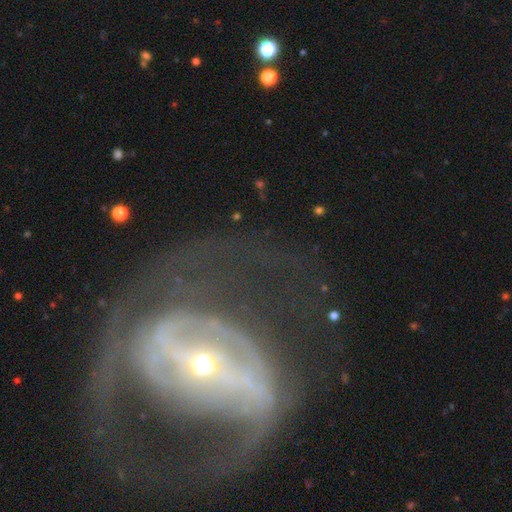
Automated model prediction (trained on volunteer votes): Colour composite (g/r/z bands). It shows a featured or disk galaxy (86%) with a strong bar (66%), 2 (62%) medium (41%) spiral arms (77%) and a small central bulge (72%). Merging: none (53%).